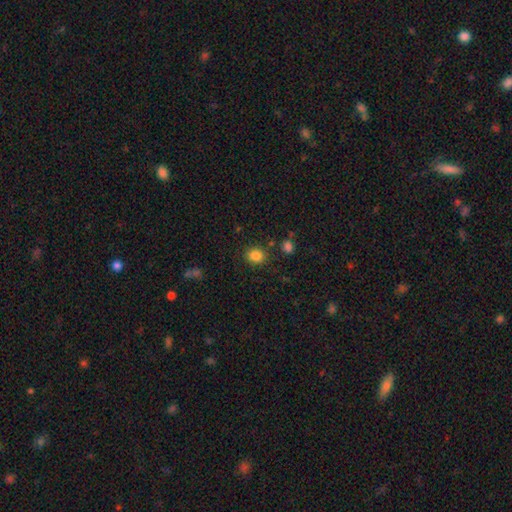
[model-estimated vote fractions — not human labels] smooth-or-featured: smooth: 85% | star or artifact: 11% | featured or disk: 4%
  how-rounded: round: 59% | in between: 40% | cigar-shaped: 1%
  merging: none: 84% | minor disturbance: 9% | merger: 4% | major disturbance: 3%